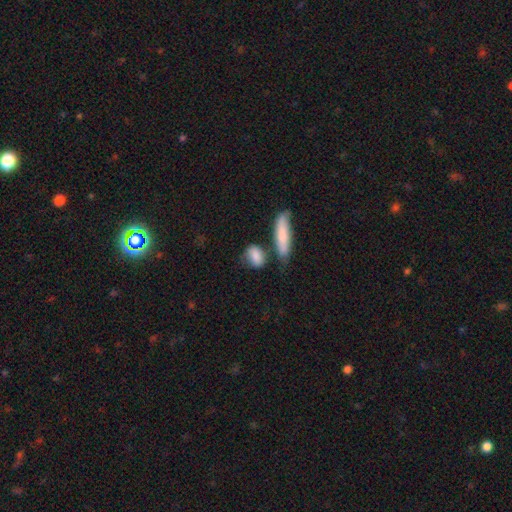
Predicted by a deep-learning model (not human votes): Smooth or featured? Predicted: smooth (p=0.83). How rounded? Predicted: in between (p=0.69). Merging? Predicted: none (p=0.58).